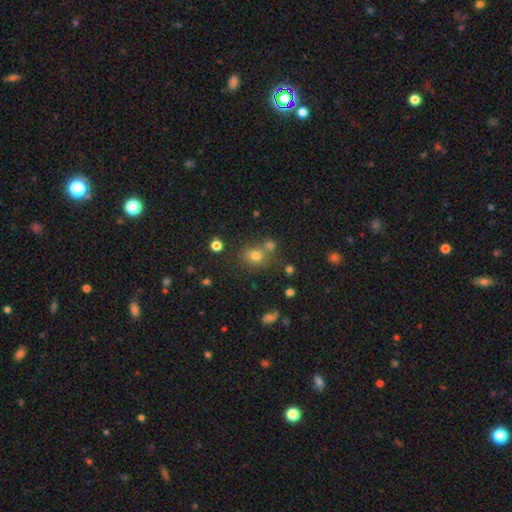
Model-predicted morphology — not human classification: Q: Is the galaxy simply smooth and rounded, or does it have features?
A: smooth — 73%.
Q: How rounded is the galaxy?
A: round — 68%.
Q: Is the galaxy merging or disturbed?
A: none — 60%.